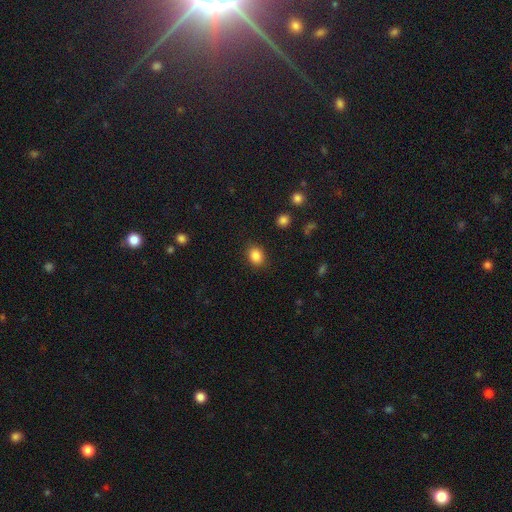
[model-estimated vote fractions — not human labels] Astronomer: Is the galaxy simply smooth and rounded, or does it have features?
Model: smooth — 85%.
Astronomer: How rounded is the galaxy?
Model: round — 55% (runner-up: in between, 44%).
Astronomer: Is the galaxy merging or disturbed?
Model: none — 88%.